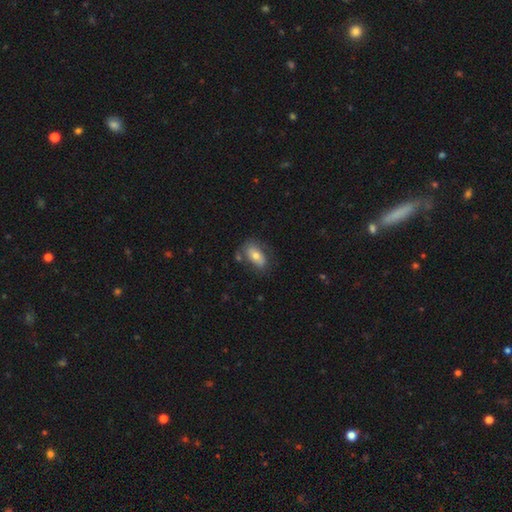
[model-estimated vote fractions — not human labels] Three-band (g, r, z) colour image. It shows a smooth galaxy with no disk features (65%) that is in between round and cigar-shaped (90%). Merging: none (62%).